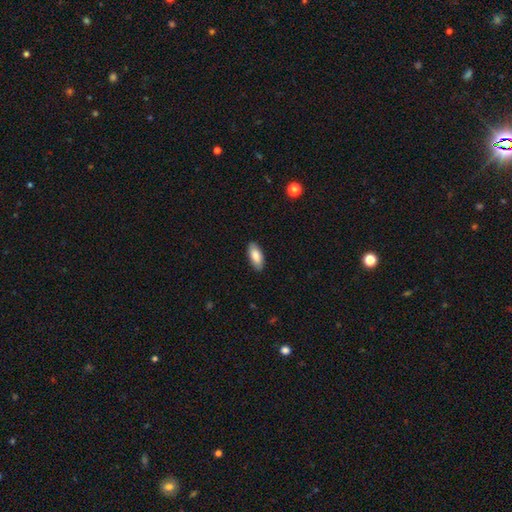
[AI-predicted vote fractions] The model was most divided on "smooth or featured": smooth: 84%, featured or disk: 10%, star or artifact: 6%. More confident: merging — none (88%); how rounded — in between (88%).